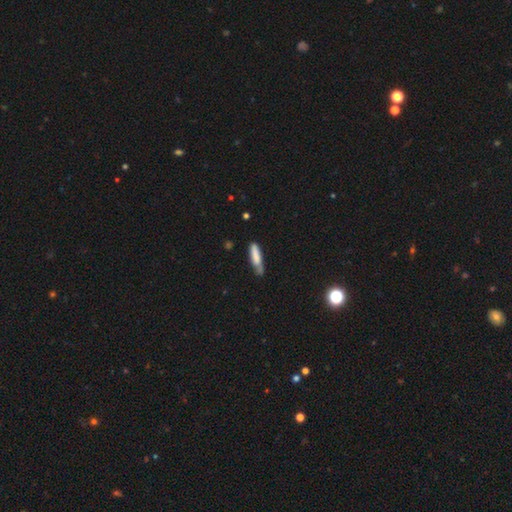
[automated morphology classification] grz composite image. It shows a smooth galaxy with no disk features (78%) that is cigar-shaped (78%). Merging: none (56%).